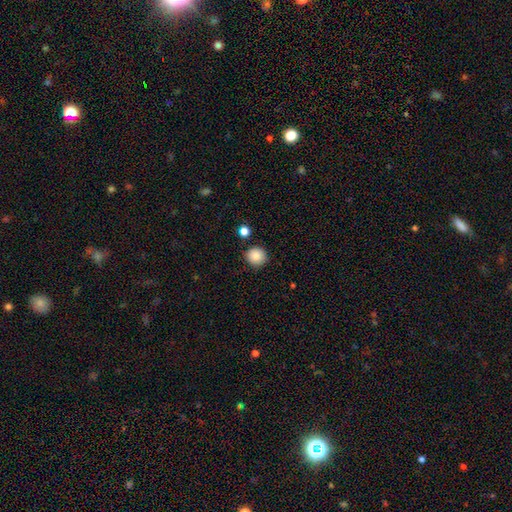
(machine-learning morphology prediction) This is clearly a smooth galaxy (87%). How rounded: clearly round (90%). Merging: clearly none (86%).